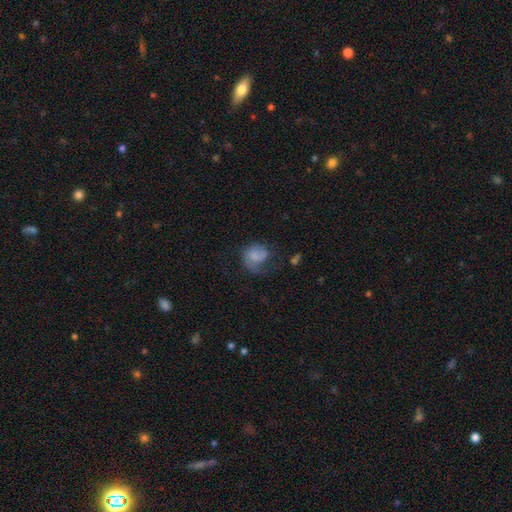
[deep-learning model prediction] smooth 58%, featured or disk 33%, star or artifact 9%. Down the decision tree: how rounded — round (61%); merging — major disturbance (38%).